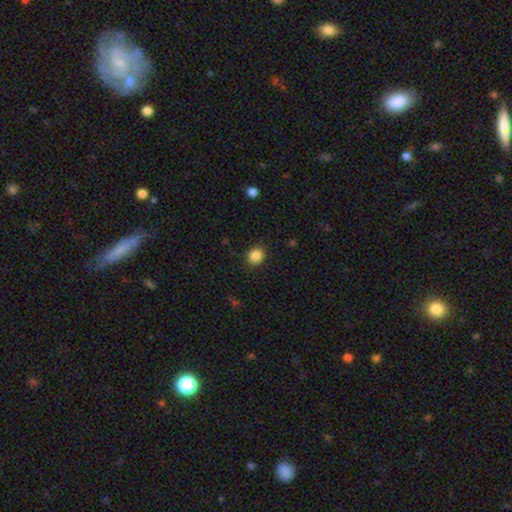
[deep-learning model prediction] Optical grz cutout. It shows a smooth galaxy with no disk features (86%) that is round (76%). Merging: none (88%).